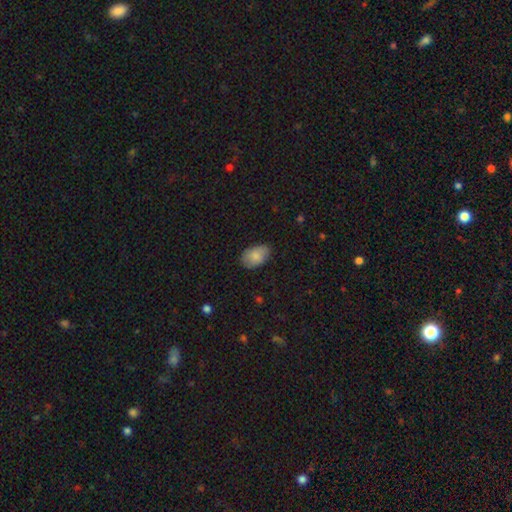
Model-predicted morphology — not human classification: A smooth galaxy with no disk features (83%) that is in between round and cigar-shaped (90%). Merging: none (78%).